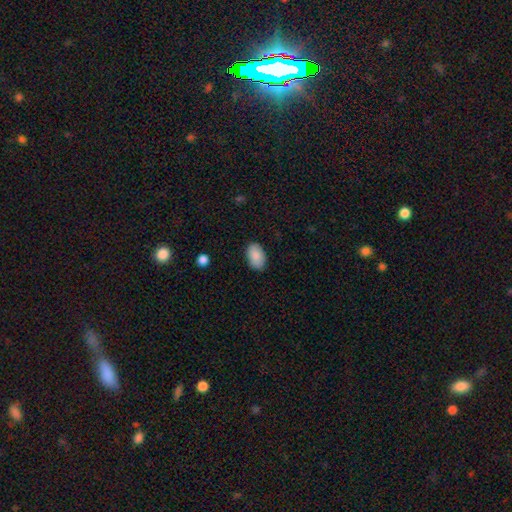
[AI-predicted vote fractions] smooth 89%, star or artifact 6%, featured or disk 5%. Down the decision tree: how rounded — in between (93%); merging — none (86%).